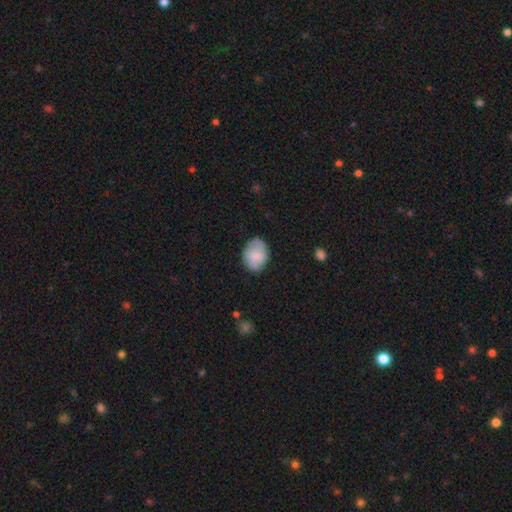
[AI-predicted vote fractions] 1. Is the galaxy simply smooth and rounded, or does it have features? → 73% smooth, 20% featured or disk, 7% star or artifact.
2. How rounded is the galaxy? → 60% in between, 39% round, 1% cigar-shaped.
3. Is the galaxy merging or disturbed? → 76% none, 18% minor disturbance, 4% major disturbance, 1% merger.